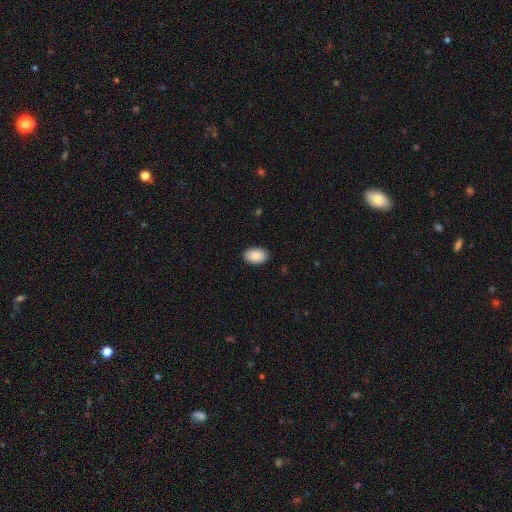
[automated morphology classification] smooth-or-featured: smooth: 89% | star or artifact: 6% | featured or disk: 5%
  how-rounded: in between: 90% | round: 8% | cigar-shaped: 1%
  merging: none: 89% | minor disturbance: 8% | major disturbance: 2% | merger: 1%